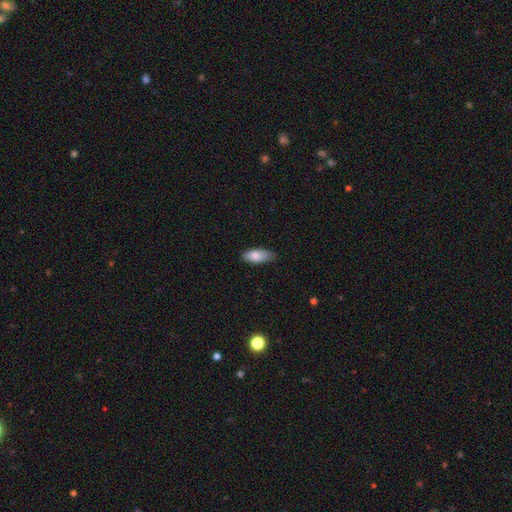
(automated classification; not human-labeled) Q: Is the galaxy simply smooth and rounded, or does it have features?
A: smooth — 83%.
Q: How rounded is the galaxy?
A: in between — 83%.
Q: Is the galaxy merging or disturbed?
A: none — 74%.